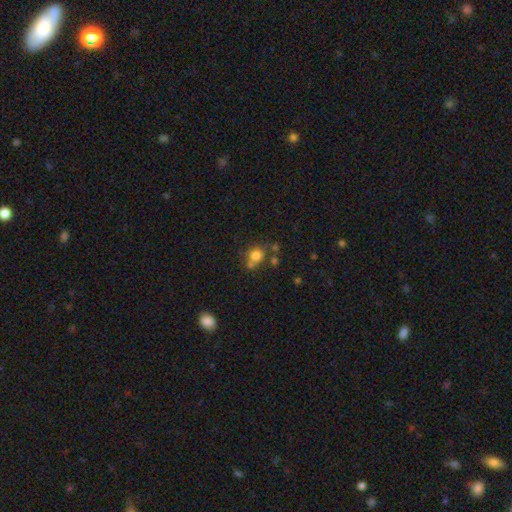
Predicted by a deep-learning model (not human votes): smooth_or_featured: smooth (p=0.76) [alt: star or artifact p=0.13]
how_rounded: round (p=0.81) [alt: in between p=0.18]
merging: none (p=0.54) [alt: merger p=0.27]